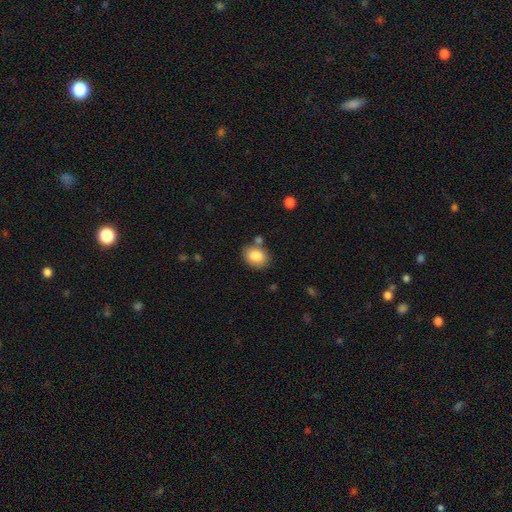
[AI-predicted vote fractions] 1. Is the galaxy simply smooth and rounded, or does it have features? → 84% smooth, 8% star or artifact, 8% featured or disk.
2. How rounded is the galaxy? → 57% in between, 42% round, 1% cigar-shaped.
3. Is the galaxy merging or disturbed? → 72% none, 14% minor disturbance, 11% merger, 4% major disturbance.